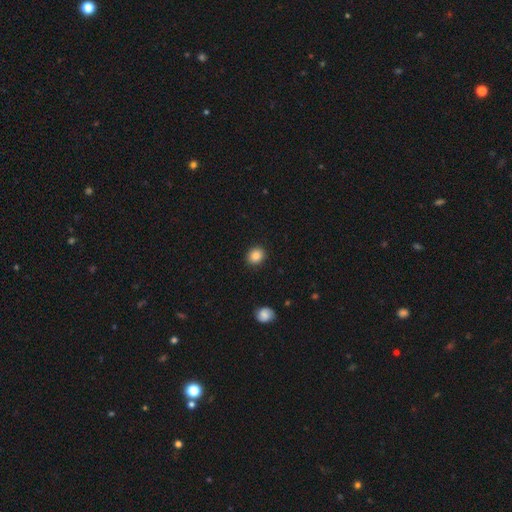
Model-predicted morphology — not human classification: type=smooth (86%); roundness=round (75%); merging=none (91%).